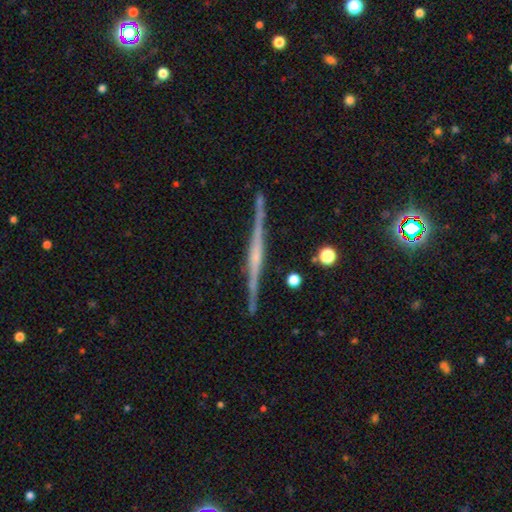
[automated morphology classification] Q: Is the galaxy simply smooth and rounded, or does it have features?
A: featured or disk — 83%.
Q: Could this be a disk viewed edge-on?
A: yes — 98%.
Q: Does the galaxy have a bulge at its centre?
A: rounded — 51%.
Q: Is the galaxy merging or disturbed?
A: none — 89%.